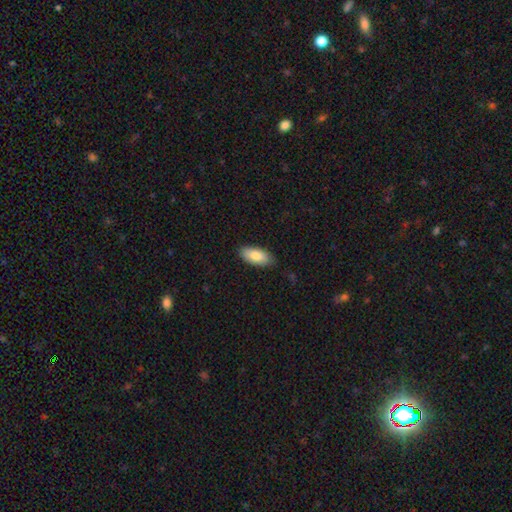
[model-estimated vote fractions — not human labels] The model was most divided on "merging": none: 83%, minor disturbance: 14%, major disturbance: 2%, merger: 1%. More confident: how rounded — in between (90%); smooth or featured — smooth (84%).